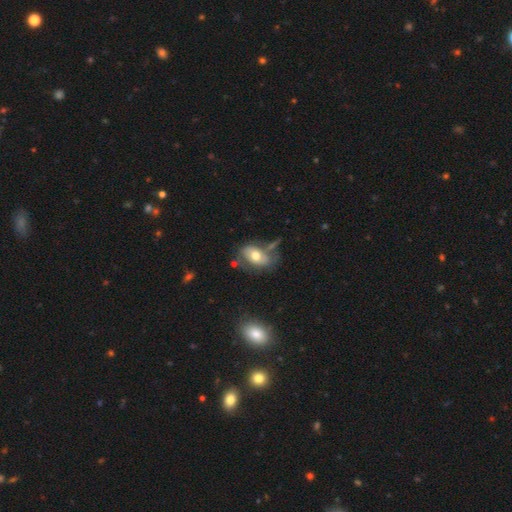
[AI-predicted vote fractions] Morphology: type=smooth (56%); roundness=in between (85%); merging=none (50%).